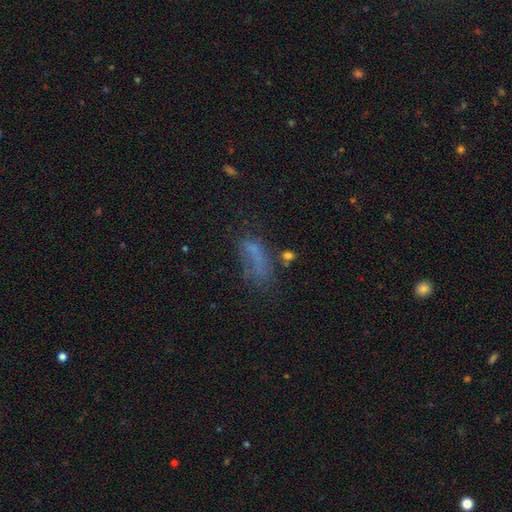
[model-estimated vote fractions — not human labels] smooth_or_featured: smooth (p=0.51) [alt: featured or disk p=0.29]
how_rounded: in between (p=0.73) [alt: cigar-shaped p=0.21]
merging: none (p=0.37) [alt: major disturbance p=0.30]